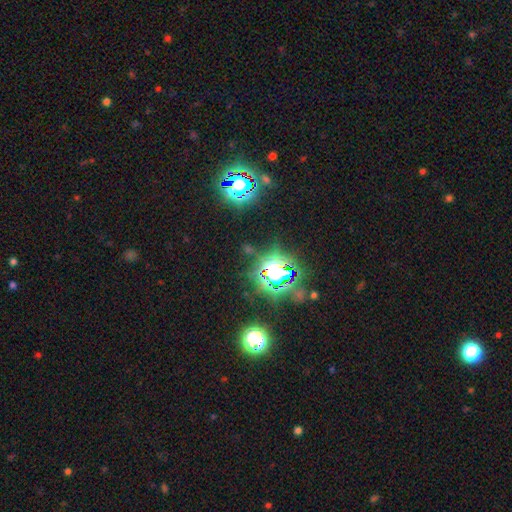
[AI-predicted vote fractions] A star or artifact, not a galaxy (80%).

Vote fractions:
- Smooth or featured? star or artifact: 80% / smooth: 13% / featured or disk: 7%